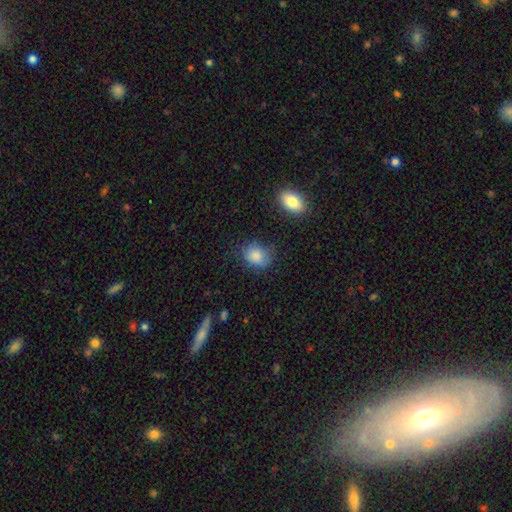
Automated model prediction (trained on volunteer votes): smooth-or-featured: smooth: 85% | star or artifact: 9% | featured or disk: 6%
  how-rounded: in between: 53% | round: 46% | cigar-shaped: 1%
  merging: none: 70% | minor disturbance: 22% | major disturbance: 6% | merger: 3%